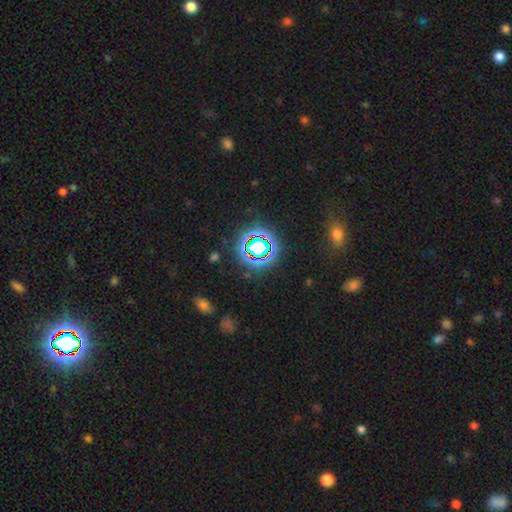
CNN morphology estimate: smooth_or_featured: star or artifact (p=0.70) [alt: smooth p=0.20]